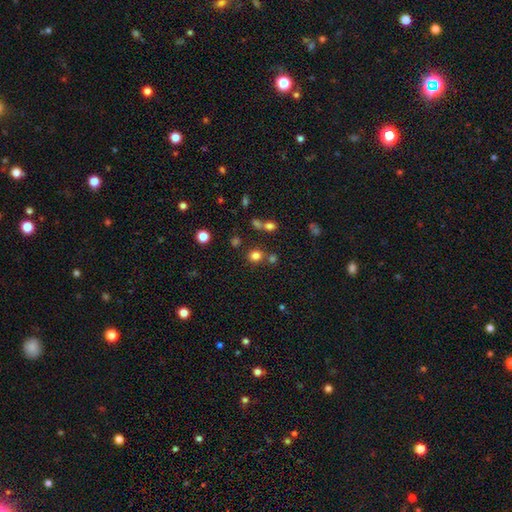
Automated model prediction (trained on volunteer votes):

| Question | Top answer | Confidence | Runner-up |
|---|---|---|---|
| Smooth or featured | smooth | 77% | star or artifact (17%) |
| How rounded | round | 76% | in between (23%) |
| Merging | none | 72% | merger (15%) |